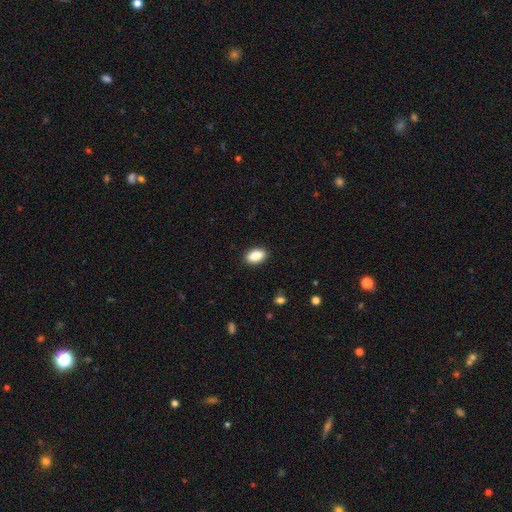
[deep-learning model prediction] Smooth or featured? Predicted: smooth (p=0.89). How rounded? Predicted: in between (p=0.92). Merging? Predicted: none (p=0.90).